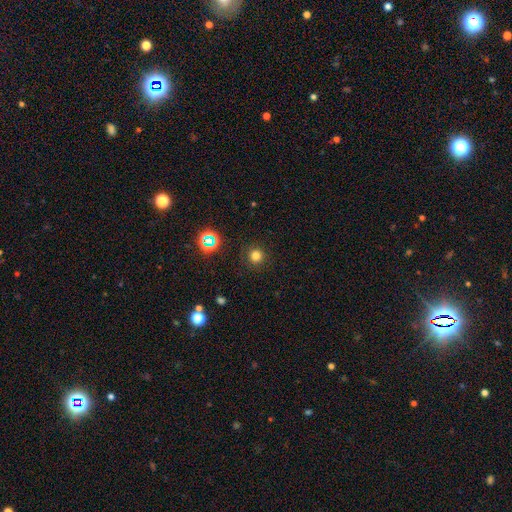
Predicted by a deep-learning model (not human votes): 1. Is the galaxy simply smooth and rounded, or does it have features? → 76% smooth, 19% star or artifact, 6% featured or disk.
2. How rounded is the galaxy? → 95% round, 4% in between, 1% cigar-shaped.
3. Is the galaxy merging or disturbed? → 89% none, 7% minor disturbance, 3% major disturbance, 1% merger.